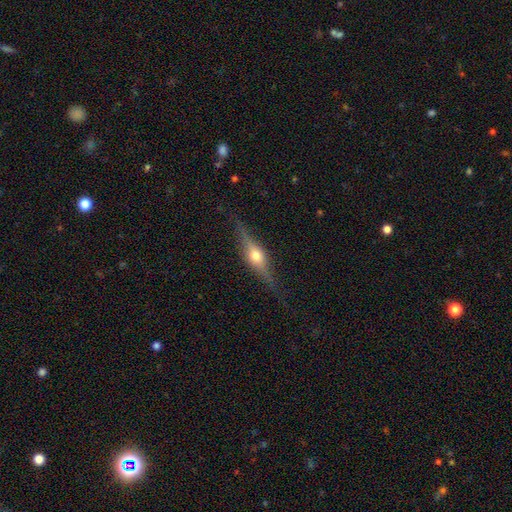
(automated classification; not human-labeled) Smooth or featured? featured or disk (70%)
Edge-on disk? yes (95%)
Edge-on bulge? rounded (93%)
Merging? none (83%)